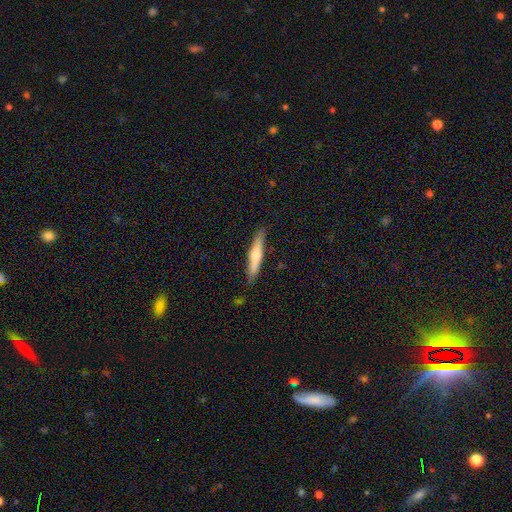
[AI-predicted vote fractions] This appears to be a smooth galaxy with no disk features (57%) that is cigar-shaped (89%). Merging: none (85%).